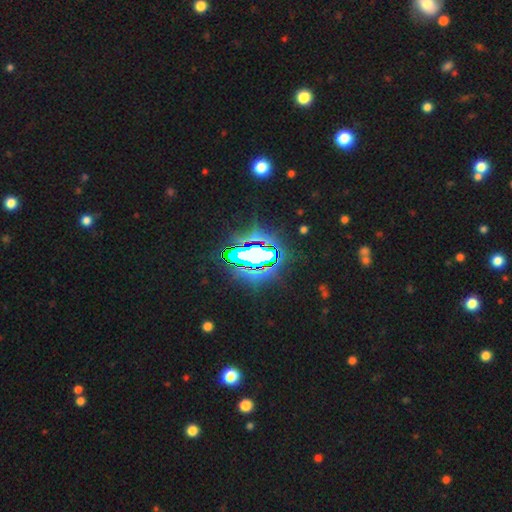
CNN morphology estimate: This is likely a star or artifact rather than a galaxy (72%).